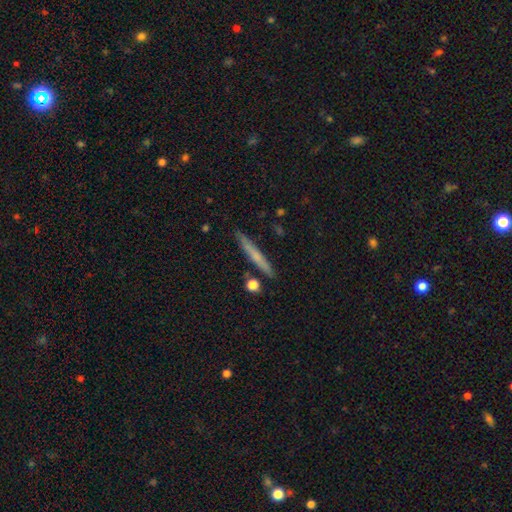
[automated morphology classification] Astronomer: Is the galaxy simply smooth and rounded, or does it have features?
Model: smooth — 55% (runner-up: featured or disk, 38%).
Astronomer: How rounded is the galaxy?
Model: cigar-shaped — 95%.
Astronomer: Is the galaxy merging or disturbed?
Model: none — 86%.